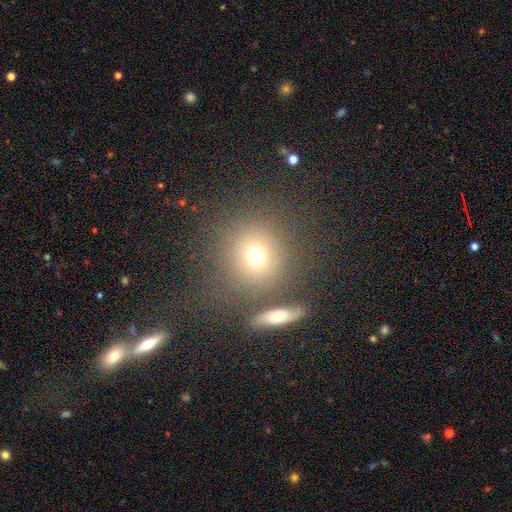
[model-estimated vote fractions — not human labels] Smooth or featured?
  - smooth: 72% *
  - star or artifact: 16%
  - featured or disk: 12%
How rounded?
  - round: 87% *
  - in between: 12%
  - cigar-shaped: 1%
Merging?
  - none: 72% *
  - merger: 13%
  - minor disturbance: 9%
  - major disturbance: 6%